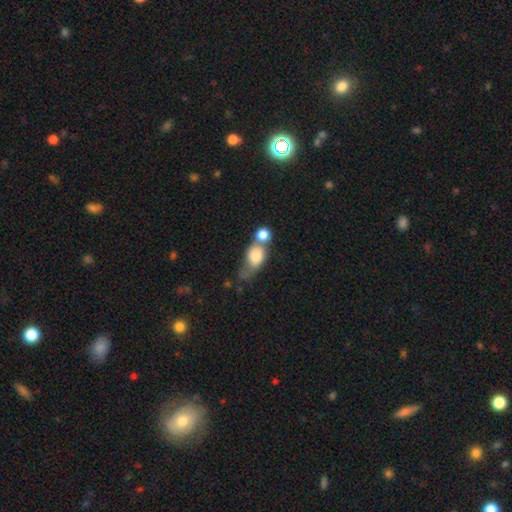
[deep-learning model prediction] Morphology: type=smooth (74%); roundness=in between (58%); merging=merger (56%).